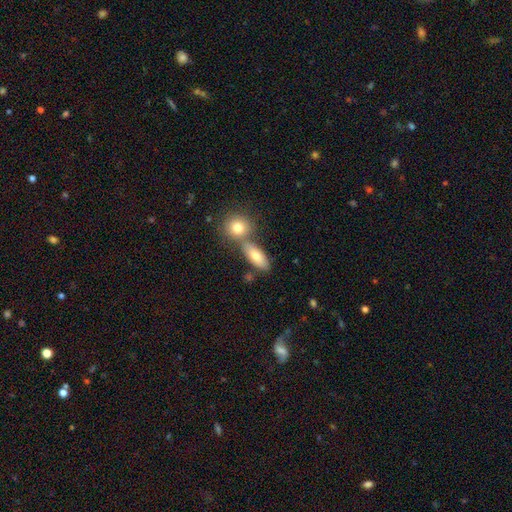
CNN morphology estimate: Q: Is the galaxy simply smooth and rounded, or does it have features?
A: smooth — 75%.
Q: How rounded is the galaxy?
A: in between — 74%.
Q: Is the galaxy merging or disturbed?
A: none — 57%.